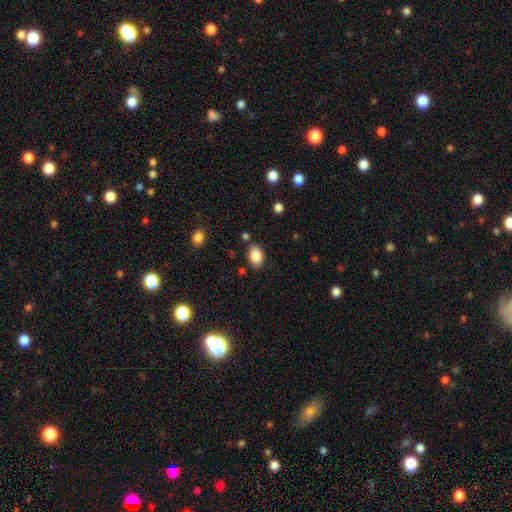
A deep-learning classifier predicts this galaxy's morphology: A smooth galaxy with no disk features (86%) that is in between round and cigar-shaped (82%). Merging: none (82%).